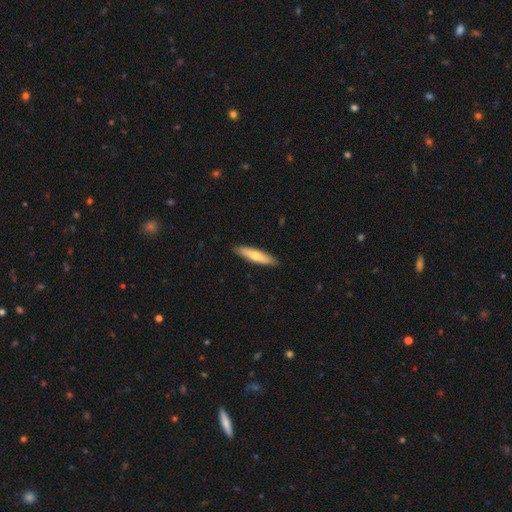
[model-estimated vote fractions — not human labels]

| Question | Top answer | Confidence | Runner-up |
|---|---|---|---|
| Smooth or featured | smooth | 66% | featured or disk (29%) |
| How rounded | cigar-shaped | 79% | in between (19%) |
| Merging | none | 89% | minor disturbance (8%) |